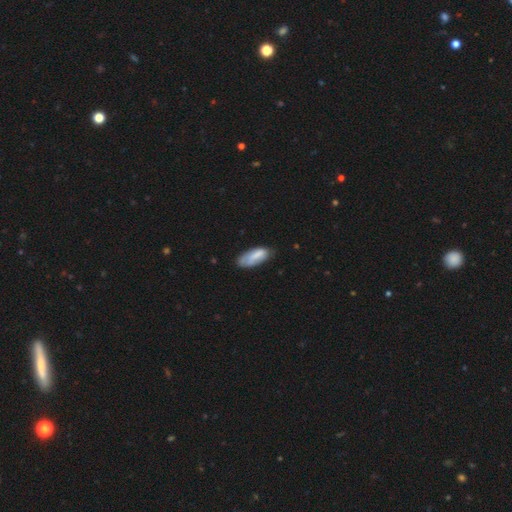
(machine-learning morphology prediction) This is likely a smooth galaxy (75%). How rounded: likely in between (76%). Merging: possibly none (58%).